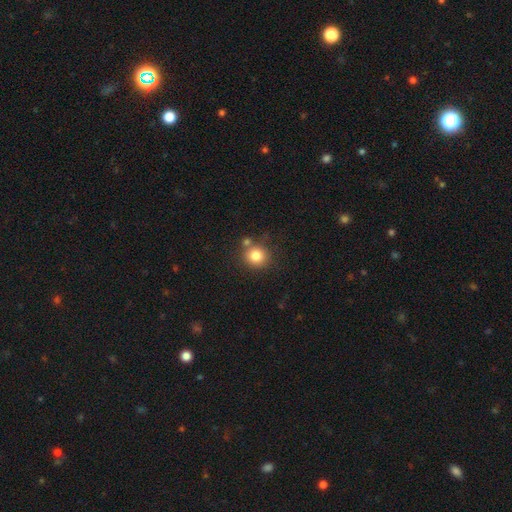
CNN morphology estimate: smooth-or-featured: smooth: 81% | star or artifact: 11% | featured or disk: 7%
  how-rounded: round: 88% | in between: 11% | cigar-shaped: 1%
  merging: none: 70% | merger: 16% | minor disturbance: 11% | major disturbance: 3%